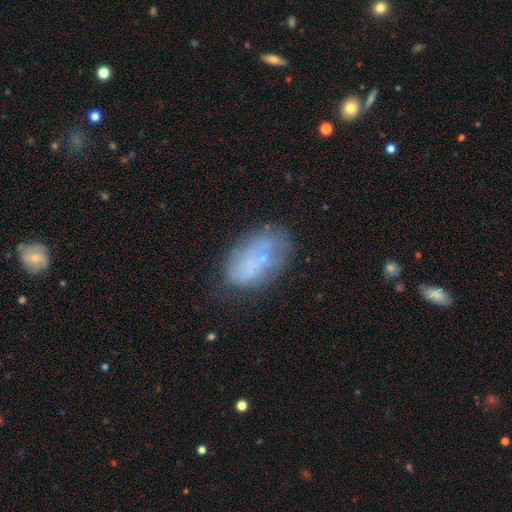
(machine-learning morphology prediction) smooth-or-featured: smooth: 47% | featured or disk: 40% | star or artifact: 13%
  merging: none: 67% | minor disturbance: 21% | major disturbance: 8% | merger: 4%